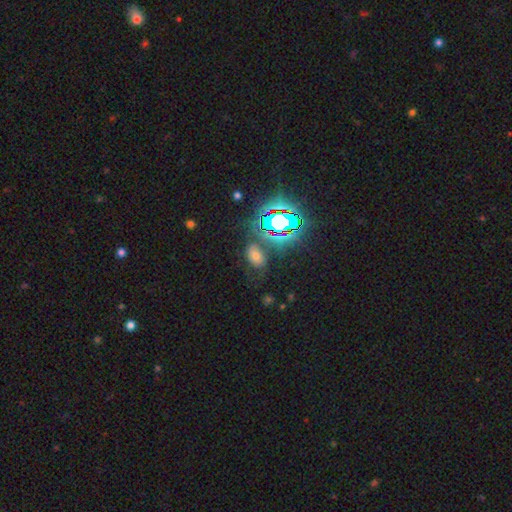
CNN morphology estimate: Smooth or featured: smooth — 46% (star or artifact — 38%)
Merging: none — 71% (minor disturbance — 16%)